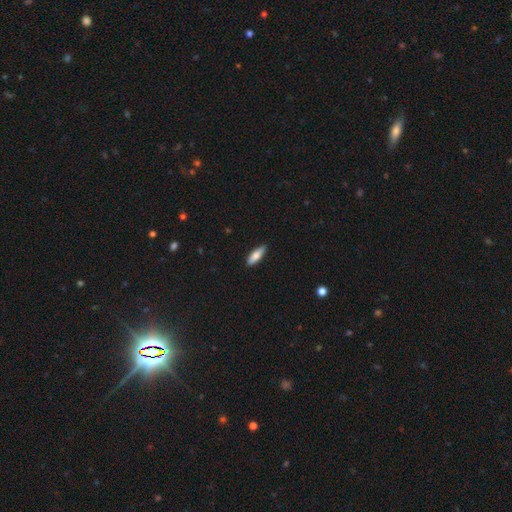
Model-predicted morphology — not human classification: A smooth galaxy with no disk features (78%) that is in between round and cigar-shaped (51%).

Vote fractions:
- Smooth or featured? smooth: 78% / featured or disk: 16% / star or artifact: 6%
- How rounded? in between: 51% / cigar-shaped: 47% / round: 2%
- Merging? none: 87% / minor disturbance: 10% / major disturbance: 2% / merger: 1%